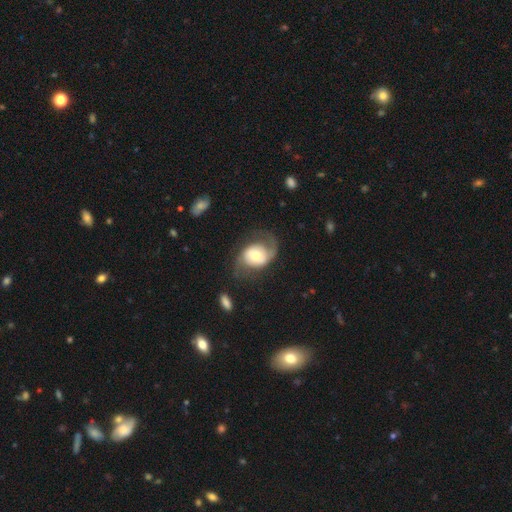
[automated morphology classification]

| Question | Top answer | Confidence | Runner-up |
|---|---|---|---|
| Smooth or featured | featured or disk | 67% | smooth (27%) |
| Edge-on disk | no | 97% | yes (3%) |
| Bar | no | 59% | weak (31%) |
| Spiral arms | yes | 86% | no (14%) |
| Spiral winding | loose | 43% | medium (41%) |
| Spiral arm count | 2 | 77% | 1 (14%) |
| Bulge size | moderate | 60% | small (20%) |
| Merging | none | 52% | major disturbance (24%) |